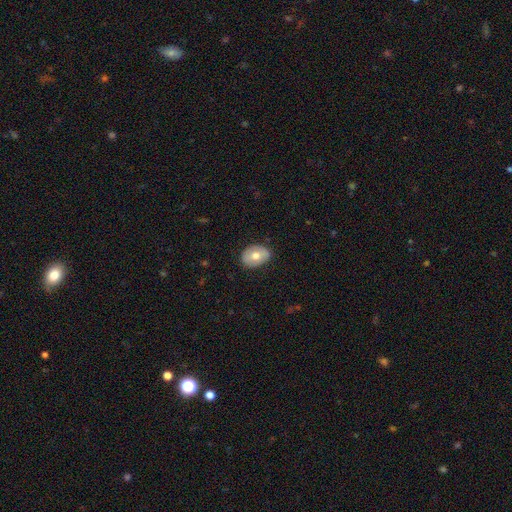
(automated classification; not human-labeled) This appears to be a smooth galaxy with no disk features (67%) that is in between round and cigar-shaped (72%). Merging: none (84%).